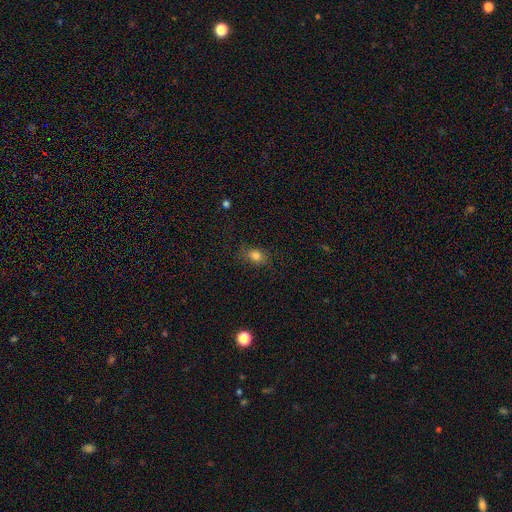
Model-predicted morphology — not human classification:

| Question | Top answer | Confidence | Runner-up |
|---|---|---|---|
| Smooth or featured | smooth | 80% | star or artifact (13%) |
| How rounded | in between | 60% | round (38%) |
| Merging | none | 77% | minor disturbance (17%) |